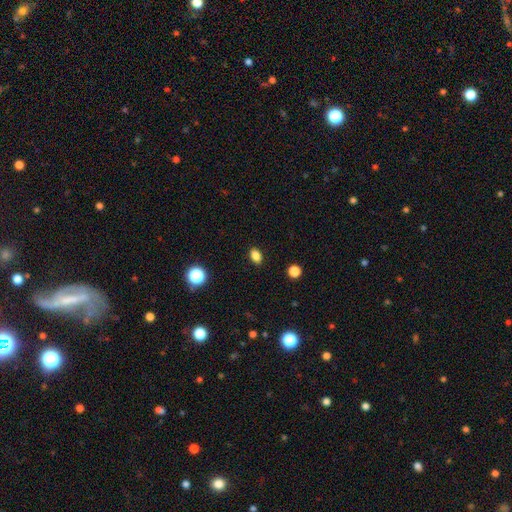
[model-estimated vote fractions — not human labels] Morphology: type=smooth (84%); roundness=in between (81%); merging=none (89%).